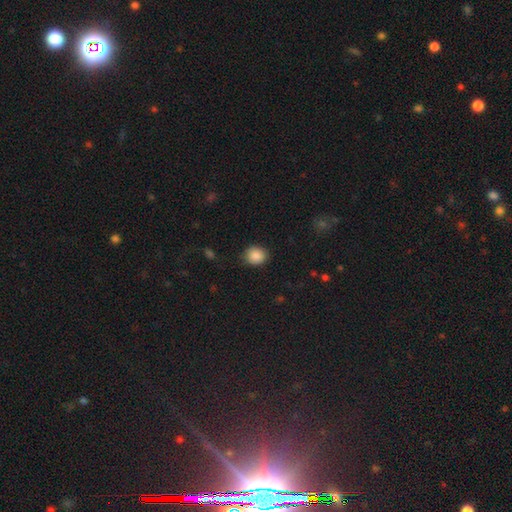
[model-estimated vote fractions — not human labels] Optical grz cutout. It shows a smooth galaxy with no disk features (87%) that is round (76%). Merging: none (85%).